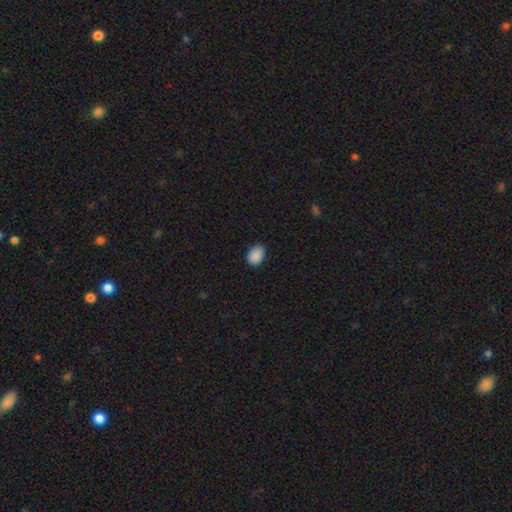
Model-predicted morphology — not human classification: This appears to be a smooth galaxy with no disk features (90%) that is in between round and cigar-shaped (75%). Merging: none (87%).